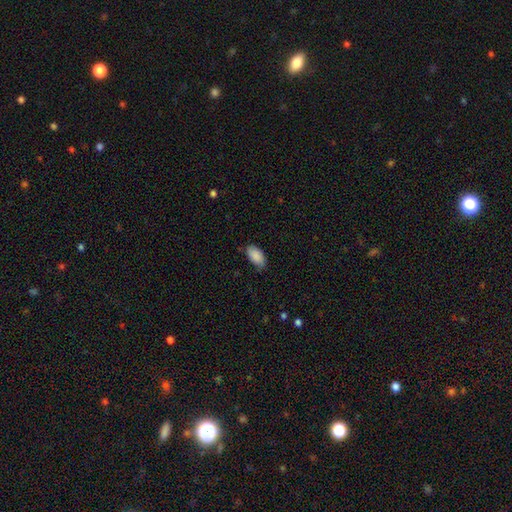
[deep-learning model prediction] Q: Smooth or featured?
A: smooth (89%); runner-up: star or artifact (6%)
Q: How rounded?
A: in between (95%); runner-up: round (3%)
Q: Merging?
A: none (78%); runner-up: minor disturbance (18%)